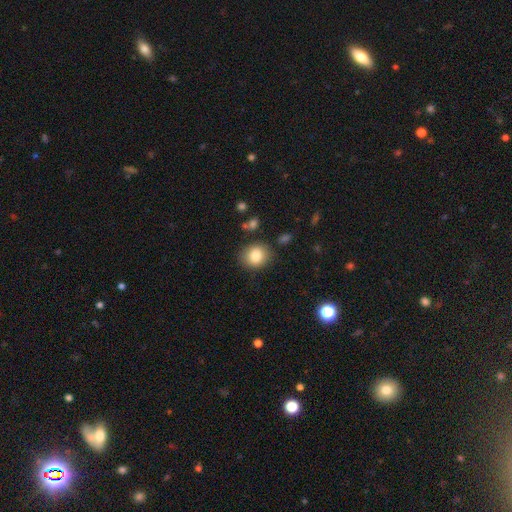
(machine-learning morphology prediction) Smooth or featured?
  - smooth: 83% *
  - star or artifact: 9%
  - featured or disk: 8%
How rounded?
  - round: 68% *
  - in between: 31%
  - cigar-shaped: 1%
Merging?
  - none: 83% *
  - minor disturbance: 11%
  - major disturbance: 3%
  - merger: 3%